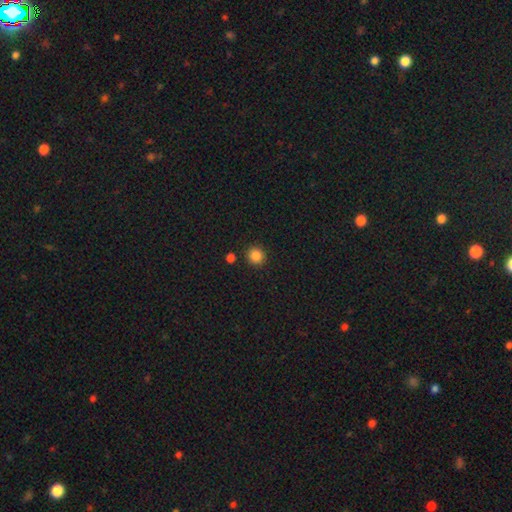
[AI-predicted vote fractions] Smooth or featured: smooth — 85% (star or artifact — 11%)
How rounded: round — 93% (in between — 6%)
Merging: none — 89% (minor disturbance — 6%)